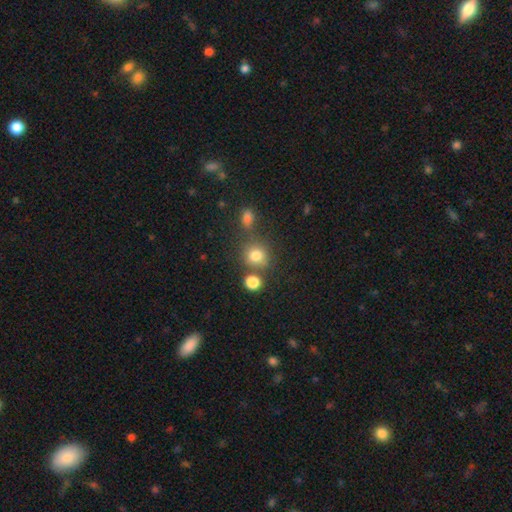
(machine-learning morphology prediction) This appears to be a smooth galaxy with no disk features (78%) that is round (84%). Merging: none (66%).